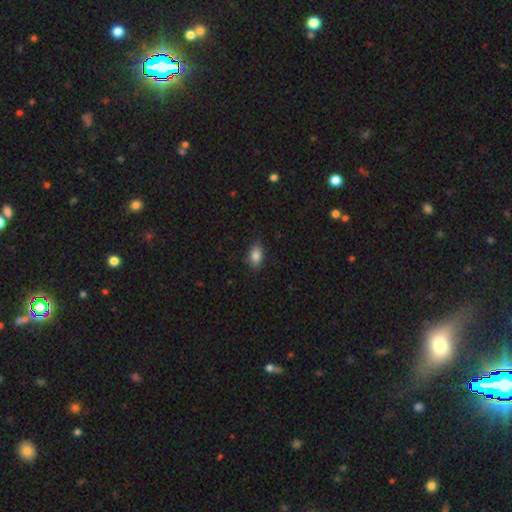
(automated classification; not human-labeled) Overall: smooth (85%). How rounded: in between (86%). Merging: none (80%).